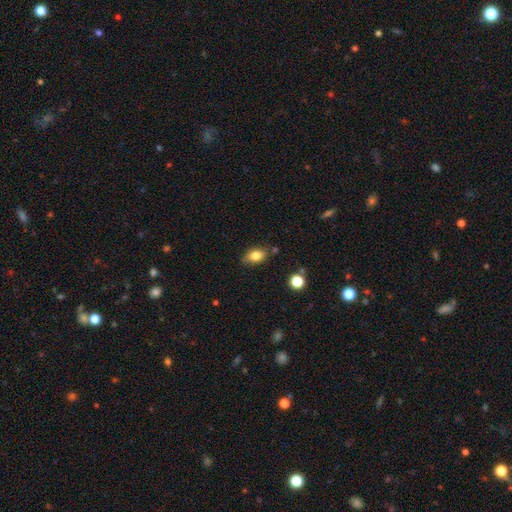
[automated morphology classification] smooth_or_featured: smooth (p=0.83) [alt: star or artifact p=0.09]
how_rounded: in between (p=0.83) [alt: round p=0.15]
merging: none (p=0.77) [alt: minor disturbance p=0.15]